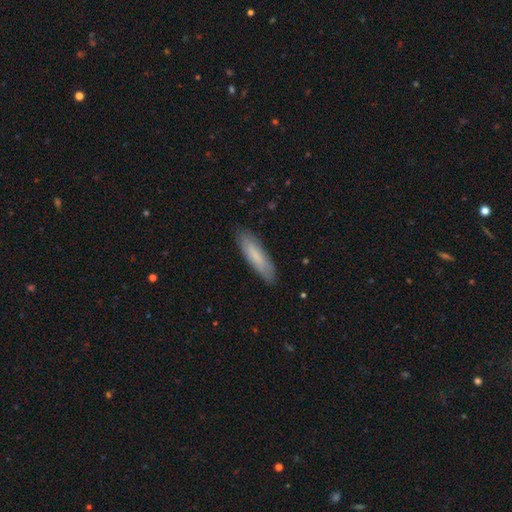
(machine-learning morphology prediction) Q: Smooth or featured?
A: smooth (74%); runner-up: featured or disk (20%)
Q: How rounded?
A: cigar-shaped (73%); runner-up: in between (26%)
Q: Merging?
A: none (87%); runner-up: minor disturbance (10%)